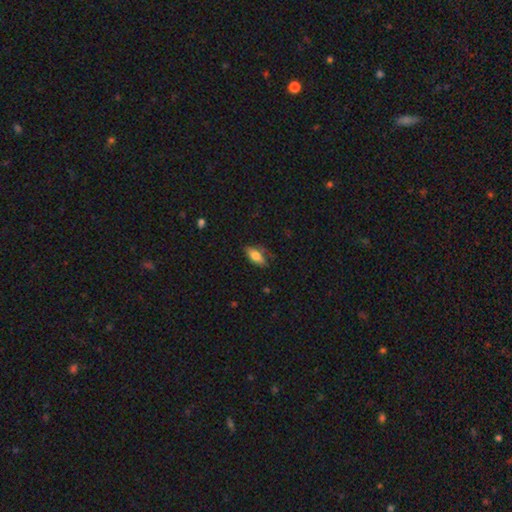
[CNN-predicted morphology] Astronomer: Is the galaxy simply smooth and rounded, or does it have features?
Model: smooth — 76%.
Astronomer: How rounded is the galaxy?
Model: in between — 85%.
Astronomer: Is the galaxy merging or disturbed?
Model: none — 68%.